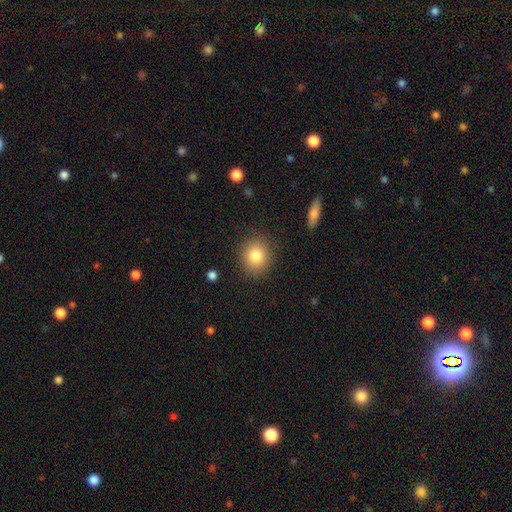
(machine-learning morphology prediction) Smooth or featured: smooth — 82% (star or artifact — 10%)
How rounded: round — 77% (in between — 22%)
Merging: none — 87% (minor disturbance — 9%)